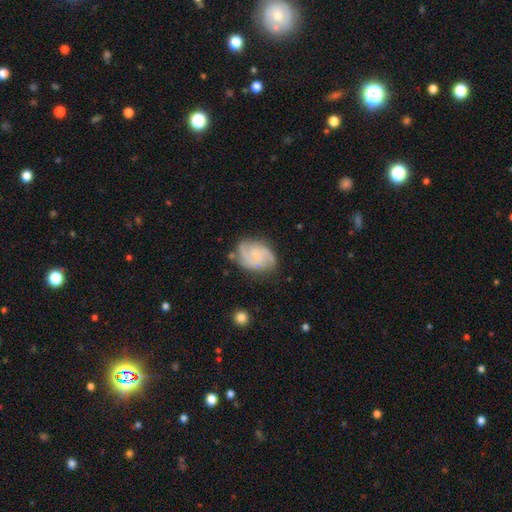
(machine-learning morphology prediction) Smooth or featured? Predicted: featured or disk (p=0.79). Edge-on disk? Predicted: no (p=0.98). Bar? Predicted: no (p=0.57). Spiral arms? Predicted: yes (p=0.96). Spiral winding? Predicted: medium (p=0.46). Spiral arm count? Predicted: 2 (p=0.50). Bulge size? Predicted: small (p=0.47). Merging? Predicted: none (p=0.71).